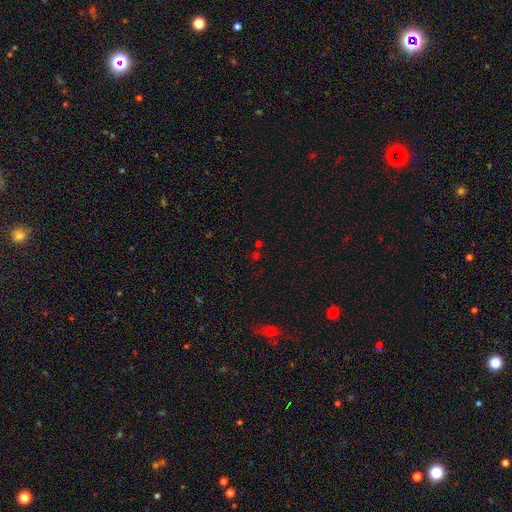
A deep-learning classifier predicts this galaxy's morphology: A star or artifact, not a galaxy (49%).

Vote fractions:
- Smooth or featured? star or artifact: 49% / smooth: 42% / featured or disk: 9%